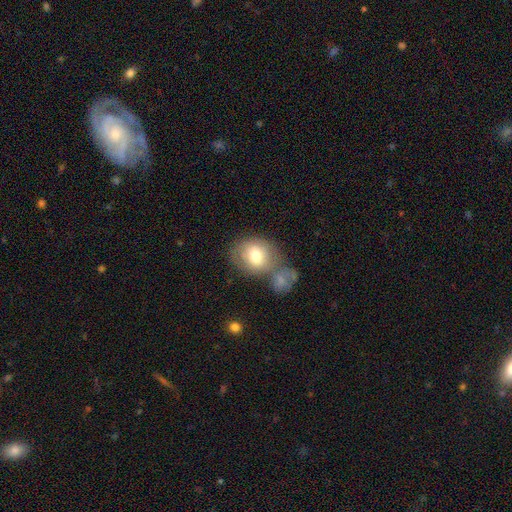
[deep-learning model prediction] The model was most divided on "merging": none: 40%, merger: 36%, minor disturbance: 15%, major disturbance: 9%. More confident: smooth or featured — smooth (70%); how rounded — round (65%).